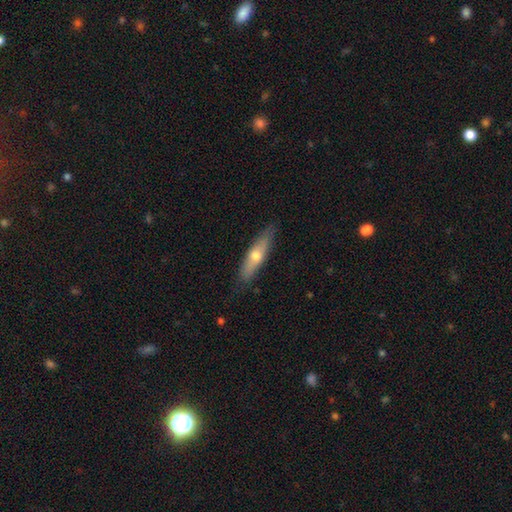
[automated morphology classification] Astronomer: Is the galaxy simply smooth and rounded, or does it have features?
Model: smooth — 48% (runner-up: featured or disk, 46%).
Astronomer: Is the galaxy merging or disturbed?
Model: none — 84%.